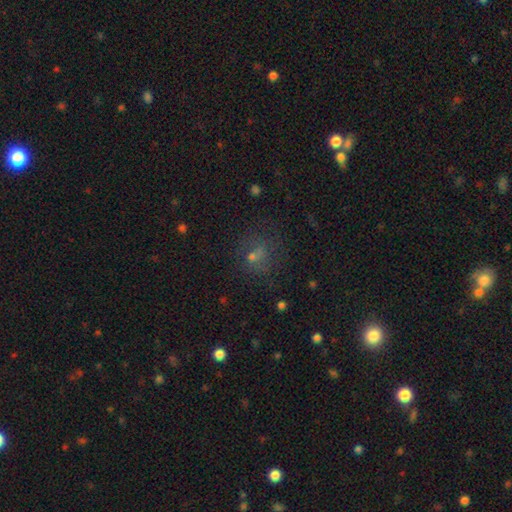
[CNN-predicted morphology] Smooth or featured? Predicted: smooth (p=0.52). How rounded? Predicted: round (p=0.71). Merging? Predicted: none (p=0.59).